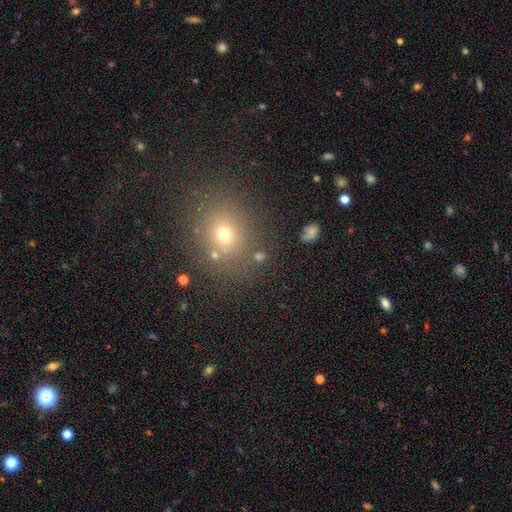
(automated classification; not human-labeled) A smooth galaxy with no disk features (61%) that is round (71%). Merging: none (80%).